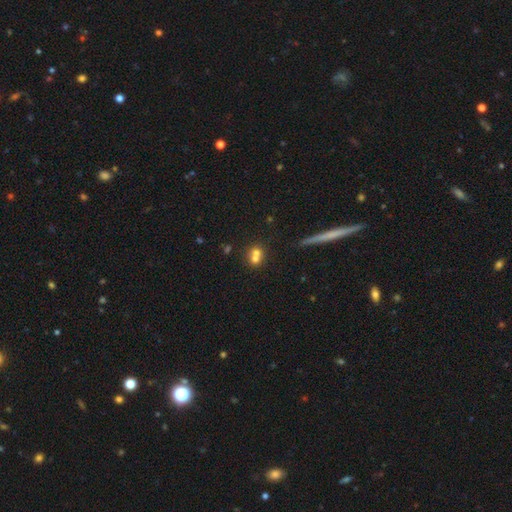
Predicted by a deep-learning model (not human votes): Smooth or featured? smooth (65%)
How rounded? round (77%)
Merging? merger (59%)